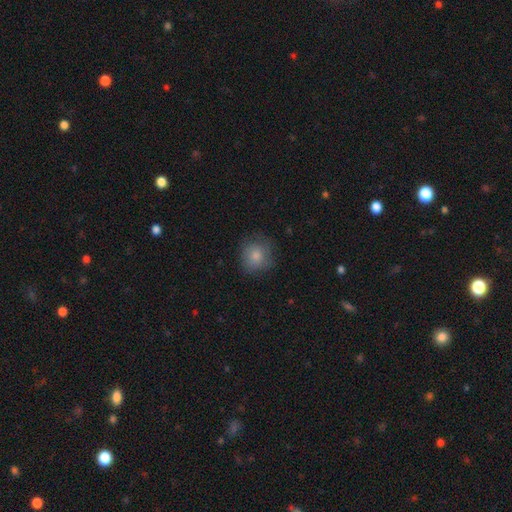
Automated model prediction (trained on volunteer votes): Smooth or featured?
  - smooth: 82% *
  - featured or disk: 9%
  - star or artifact: 9%
How rounded?
  - round: 84% *
  - in between: 15%
  - cigar-shaped: 1%
Merging?
  - none: 74% *
  - minor disturbance: 19%
  - major disturbance: 6%
  - merger: 1%